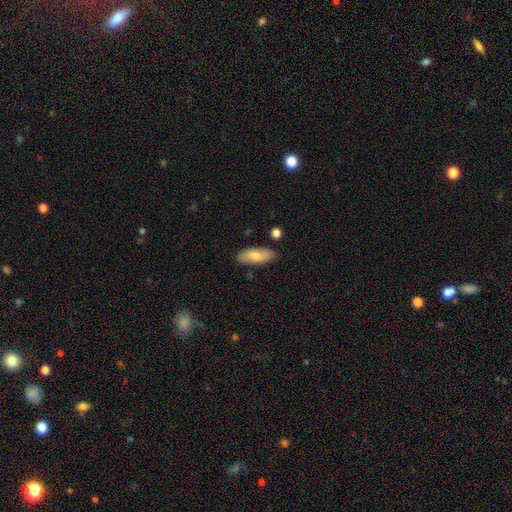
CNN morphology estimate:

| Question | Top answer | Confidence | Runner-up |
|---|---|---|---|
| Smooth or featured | smooth | 74% | featured or disk (20%) |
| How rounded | in between | 81% | cigar-shaped (17%) |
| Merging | none | 82% | minor disturbance (13%) |